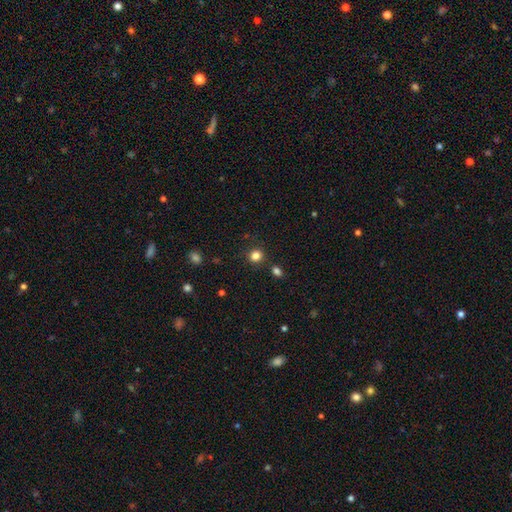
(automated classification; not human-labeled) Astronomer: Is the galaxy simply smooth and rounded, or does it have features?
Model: smooth — 82%.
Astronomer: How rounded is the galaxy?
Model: round — 86%.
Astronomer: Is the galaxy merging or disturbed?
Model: none — 86%.